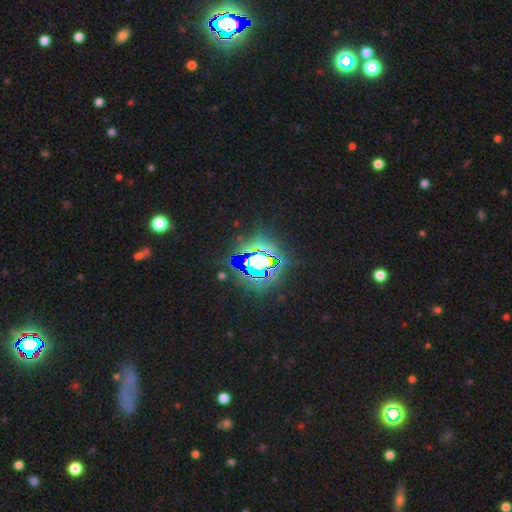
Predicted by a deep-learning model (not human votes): This is likely a star or artifact rather than a galaxy (79%).